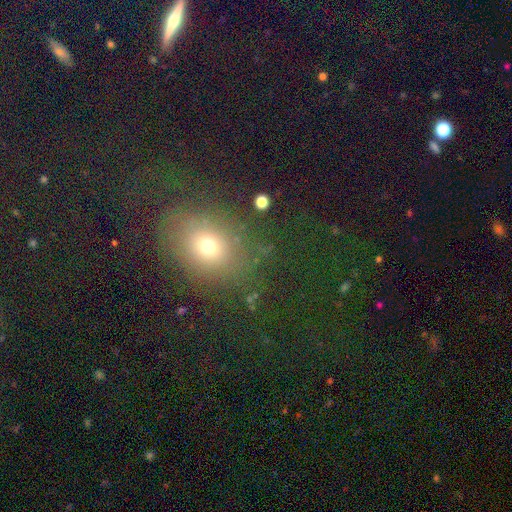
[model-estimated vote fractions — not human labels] Smooth or featured? Predicted: smooth (p=0.59). How rounded? Predicted: in between (p=0.51). Merging? Predicted: none (p=0.77).